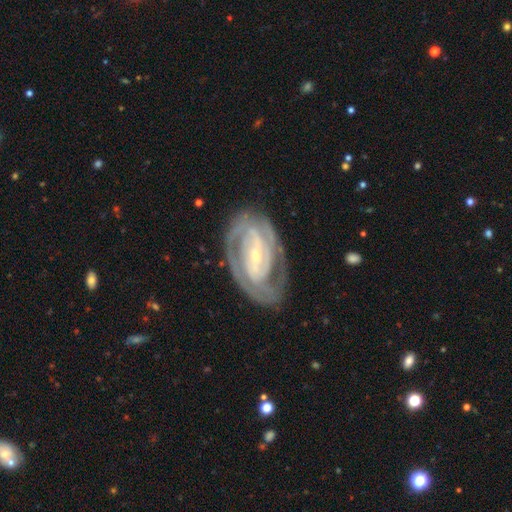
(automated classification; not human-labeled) The model was most divided on "bar": strong: 42%, weak: 36%, no: 22%. More confident: edge-on disk — no (96%); spiral arms — yes (95%); smooth or featured — featured or disk (89%); merging — none (75%); bulge size — small (72%); spiral winding — tight (68%); spiral arm count — 2 (54%).